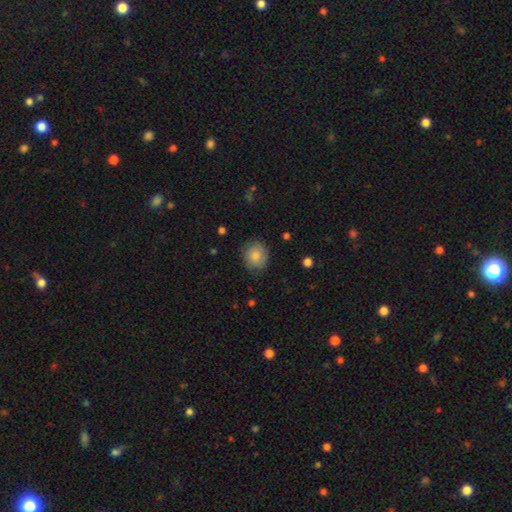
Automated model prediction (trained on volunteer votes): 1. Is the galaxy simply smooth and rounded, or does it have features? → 83% smooth, 10% featured or disk, 7% star or artifact.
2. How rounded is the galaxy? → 77% round, 23% in between, 1% cigar-shaped.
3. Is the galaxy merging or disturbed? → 79% none, 16% minor disturbance, 4% major disturbance, 1% merger.